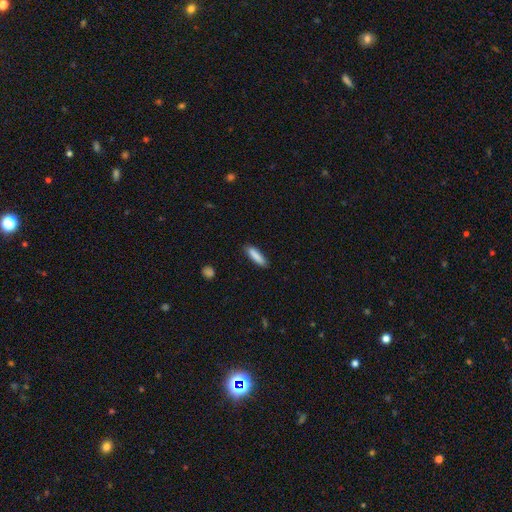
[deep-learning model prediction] Smooth or featured: smooth — 87% (featured or disk — 7%)
How rounded: cigar-shaped — 74% (in between — 25%)
Merging: none — 87% (minor disturbance — 10%)